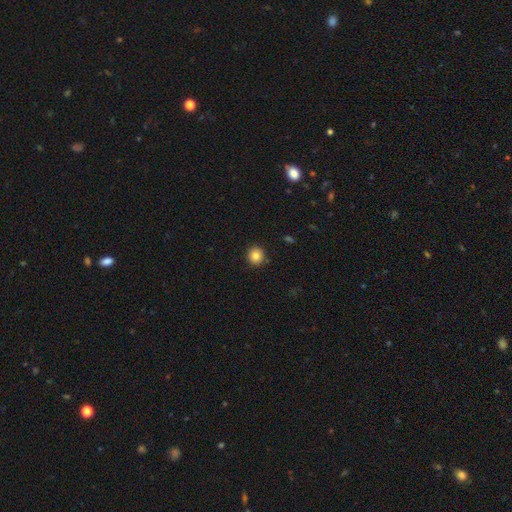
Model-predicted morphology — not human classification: Overall: smooth (84%). How rounded: round (91%). Merging: none (91%).